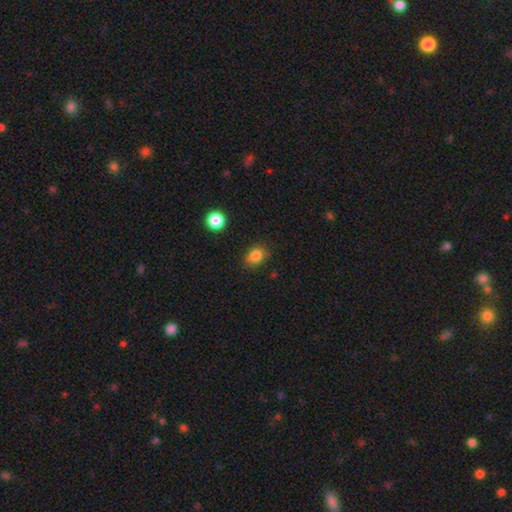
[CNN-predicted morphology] Smooth or featured?
  - smooth: 84% *
  - star or artifact: 10%
  - featured or disk: 6%
How rounded?
  - in between: 57% *
  - round: 42%
  - cigar-shaped: 1%
Merging?
  - none: 80% *
  - minor disturbance: 15%
  - major disturbance: 3%
  - merger: 2%